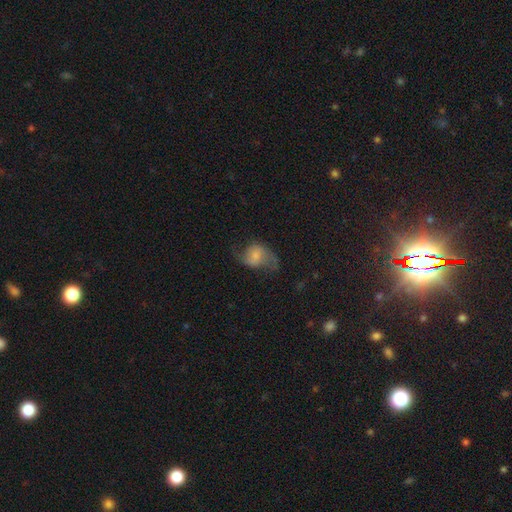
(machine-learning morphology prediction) A featured or disk galaxy (60%) with no bar (55%), 2 (88%) loose (65%) spiral arms (88%) and a small central bulge (48%).

Vote fractions:
- Smooth or featured? featured or disk: 60% / smooth: 31% / star or artifact: 9%
- Edge-on disk? no: 97% / yes: 3%
- Bar? no: 55% / weak: 36% / strong: 9%
- Spiral arms? yes: 88% / no: 12%
- Spiral winding? loose: 65% / medium: 28% / tight: 6%
- Spiral arm count? 2: 88% / can't tell: 4% / 1: 4% / 3: 1% / 4: 1% / more than 4: 1%
- Bulge size? small: 48% / moderate: 30% / none: 12% / large: 7% / dominant: 3%
- Merging? none: 55% / minor disturbance: 23% / major disturbance: 21% / merger: 2%